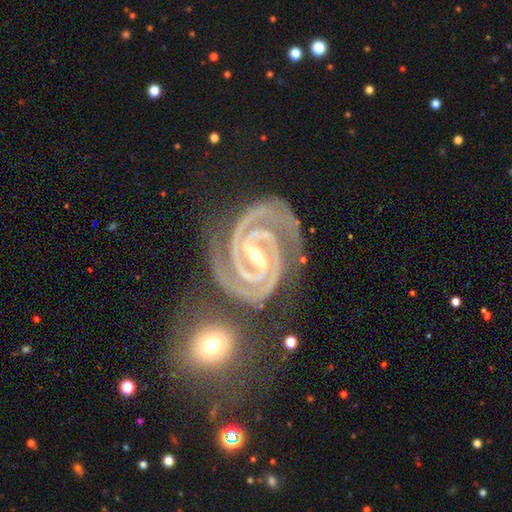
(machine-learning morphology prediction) A featured or disk galaxy (93%) with a strong bar (55%), 2 (79%) tight (82%) spiral arms (99%) and a small central bulge (51%).

Vote fractions:
- Smooth or featured? featured or disk: 93% / star or artifact: 4% / smooth: 2%
- Edge-on disk? no: 98% / yes: 2%
- Bar? strong: 55% / weak: 31% / no: 14%
- Spiral arms? yes: 99% / no: 1%
- Spiral winding? tight: 82% / medium: 16% / loose: 2%
- Spiral arm count? 2: 79% / 3: 11% / 4: 3% / can't tell: 3% / more than 4: 2% / 1: 2%
- Bulge size? small: 51% / moderate: 44% / large: 2% / none: 1% / dominant: 1%
- Merging? none: 73% / minor disturbance: 15% / merger: 7% / major disturbance: 6%